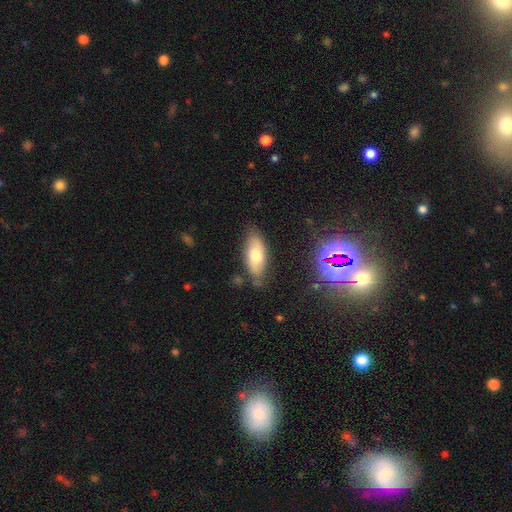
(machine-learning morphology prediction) smooth_or_featured: smooth (p=0.67) [alt: featured or disk p=0.25]
how_rounded: in between (p=0.82) [alt: cigar-shaped p=0.15]
merging: none (p=0.76) [alt: minor disturbance p=0.18]